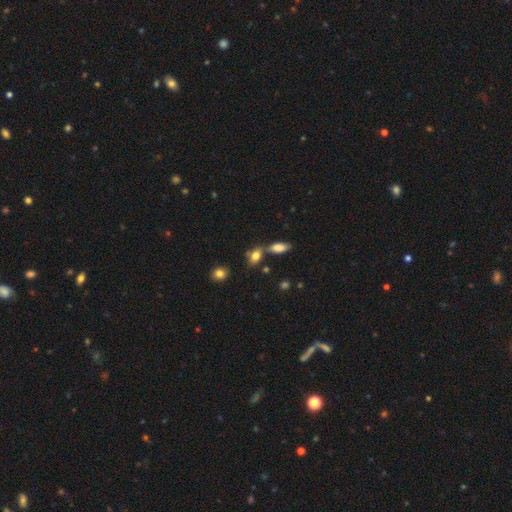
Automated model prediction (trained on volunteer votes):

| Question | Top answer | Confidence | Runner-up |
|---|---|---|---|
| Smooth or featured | smooth | 78% | featured or disk (12%) |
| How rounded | in between | 82% | round (10%) |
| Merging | none | 52% | merger (29%) |